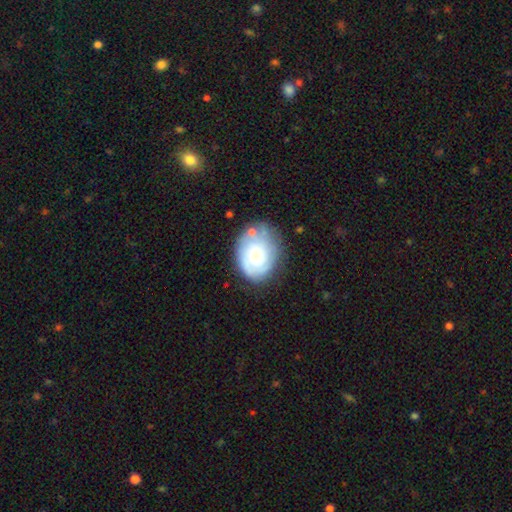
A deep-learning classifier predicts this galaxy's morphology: featured or disk 49%, smooth 44%, star or artifact 7%. Down the decision tree: merging — none (61%).